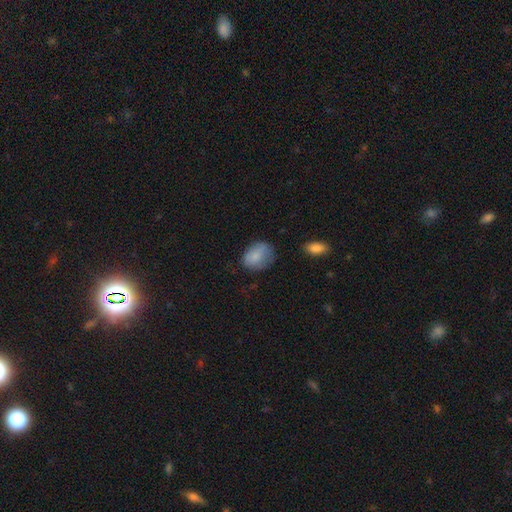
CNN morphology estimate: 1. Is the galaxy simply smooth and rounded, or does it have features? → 82% smooth, 11% featured or disk, 8% star or artifact.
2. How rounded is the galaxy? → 69% in between, 29% round, 1% cigar-shaped.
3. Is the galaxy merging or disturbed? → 62% none, 28% minor disturbance, 8% major disturbance, 2% merger.